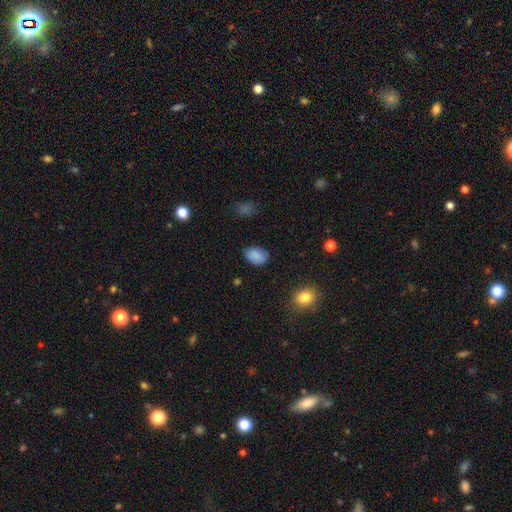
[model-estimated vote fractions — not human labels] Smooth or featured: smooth — 85% (star or artifact — 8%)
How rounded: in between — 82% (round — 17%)
Merging: none — 81% (minor disturbance — 14%)